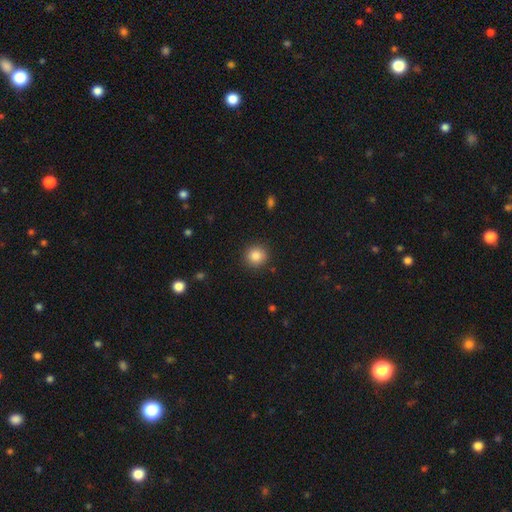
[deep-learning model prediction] Smooth or featured?
  - smooth: 85% *
  - star or artifact: 10%
  - featured or disk: 5%
How rounded?
  - round: 91% *
  - in between: 8%
  - cigar-shaped: 1%
Merging?
  - none: 90% *
  - minor disturbance: 7%
  - major disturbance: 2%
  - merger: 1%